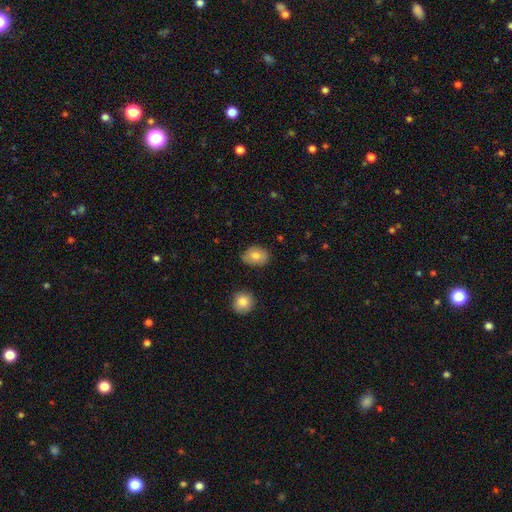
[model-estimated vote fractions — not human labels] Smooth or featured? Predicted: smooth (p=0.79). How rounded? Predicted: in between (p=0.68). Merging? Predicted: none (p=0.73).